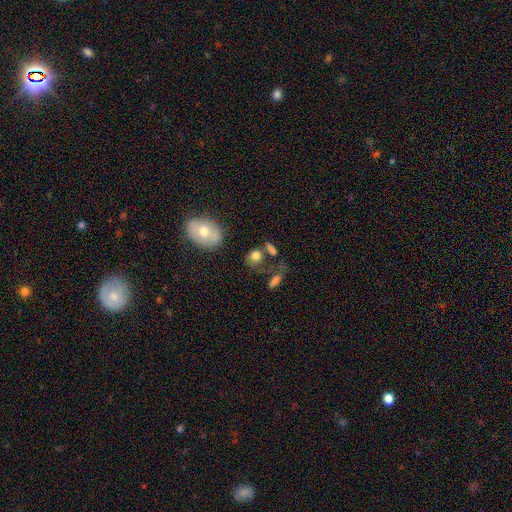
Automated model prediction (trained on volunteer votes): This appears to be a smooth galaxy with no disk features (77%) that is round (58%). Merging: none (55%).